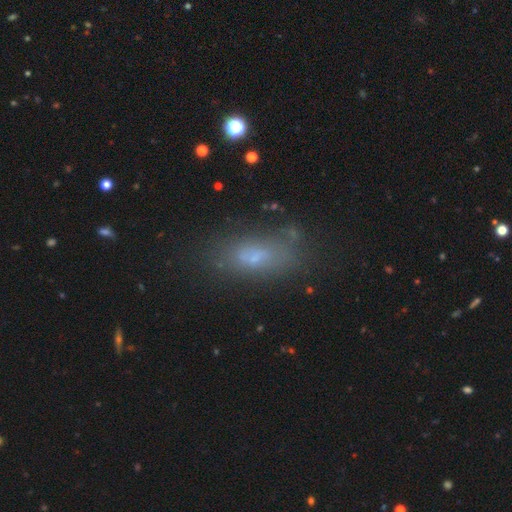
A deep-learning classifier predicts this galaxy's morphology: type=smooth (61%); roundness=in between (78%); merging=none (67%).